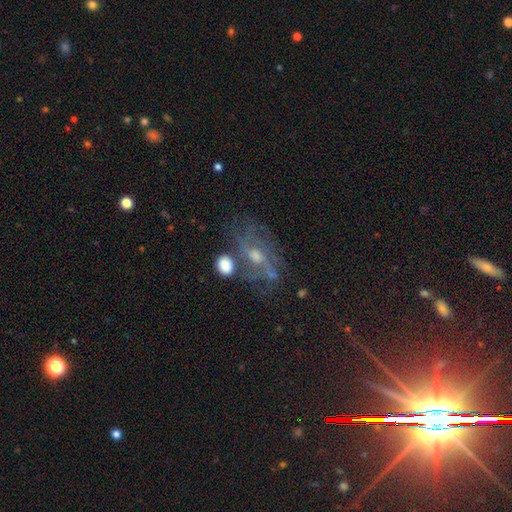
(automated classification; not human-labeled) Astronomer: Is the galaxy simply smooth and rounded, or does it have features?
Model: featured or disk — 46% (runner-up: star or artifact, 35%).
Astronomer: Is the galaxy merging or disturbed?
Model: none — 58%.